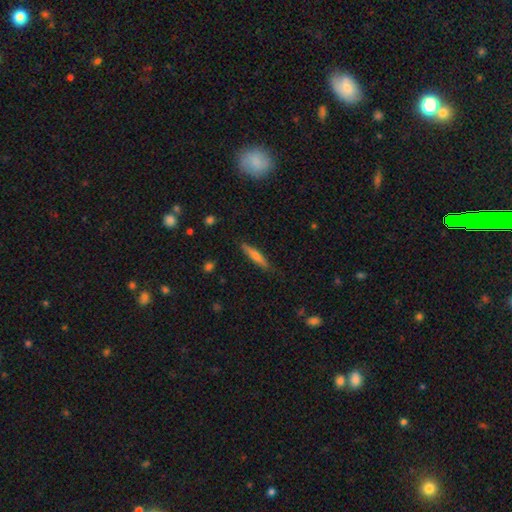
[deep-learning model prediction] The model was most divided on "smooth or featured": smooth: 50%, featured or disk: 42%, star or artifact: 8%. More confident: merging — none (87%).